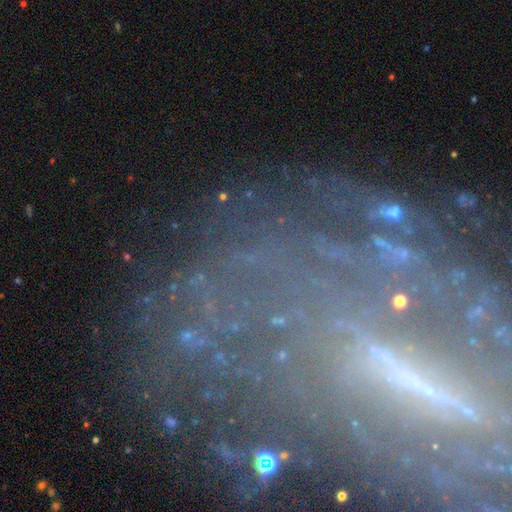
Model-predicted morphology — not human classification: A featured or disk galaxy (53%).

Vote fractions:
- Smooth or featured? featured or disk: 53% / star or artifact: 32% / smooth: 15%
- Edge-on disk? no: 85% / yes: 15%
- Merging? none: 62% / major disturbance: 16% / minor disturbance: 16% / merger: 6%